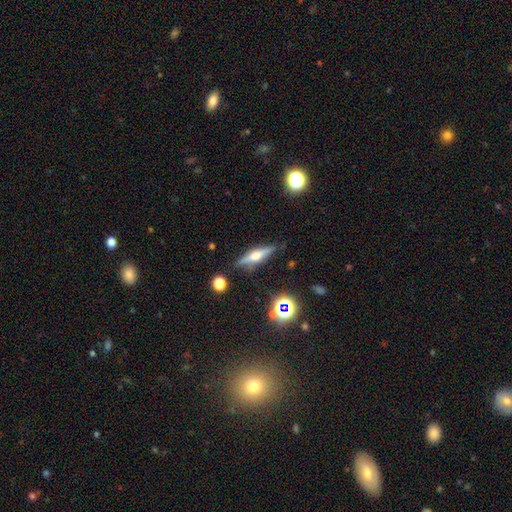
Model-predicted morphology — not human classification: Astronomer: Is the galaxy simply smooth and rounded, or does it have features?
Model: featured or disk — 60%.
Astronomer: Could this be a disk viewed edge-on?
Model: yes — 94%.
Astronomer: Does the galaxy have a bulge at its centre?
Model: rounded — 88%.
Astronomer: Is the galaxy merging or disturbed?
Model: none — 83%.